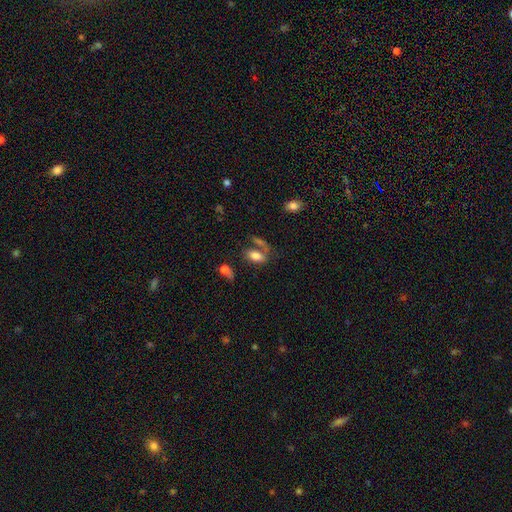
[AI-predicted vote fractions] Q: Smooth or featured?
A: smooth (73%); runner-up: featured or disk (17%)
Q: How rounded?
A: in between (89%); runner-up: cigar-shaped (6%)
Q: Merging?
A: none (45%); runner-up: merger (28%)